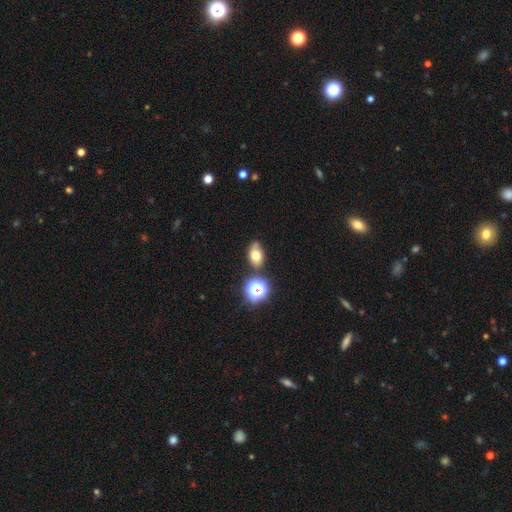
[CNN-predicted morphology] This appears to be a smooth galaxy with no disk features (70%) that is in between round and cigar-shaped (75%). Merging: none (63%).